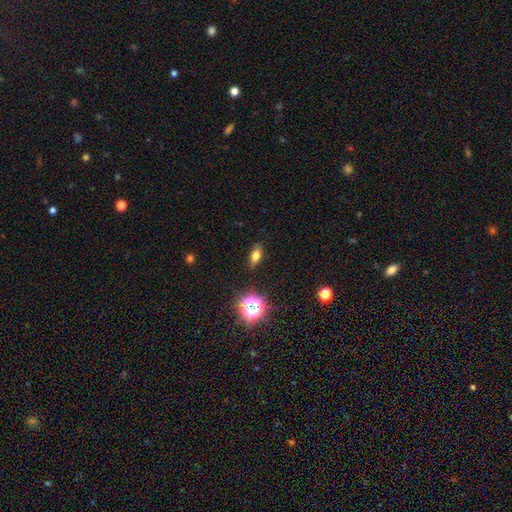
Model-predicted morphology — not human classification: smooth-or-featured: smooth: 67% | star or artifact: 18% | featured or disk: 15%
  how-rounded: in between: 73% | cigar-shaped: 15% | round: 12%
  merging: none: 86% | minor disturbance: 10% | major disturbance: 3% | merger: 1%